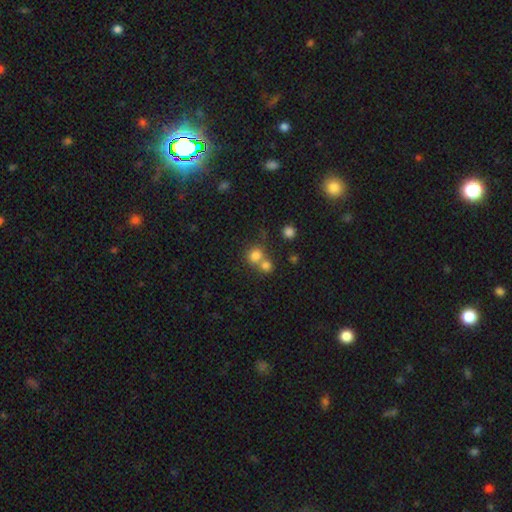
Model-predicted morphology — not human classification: Smooth or featured? smooth (78%)
How rounded? round (85%)
Merging? merger (47%)